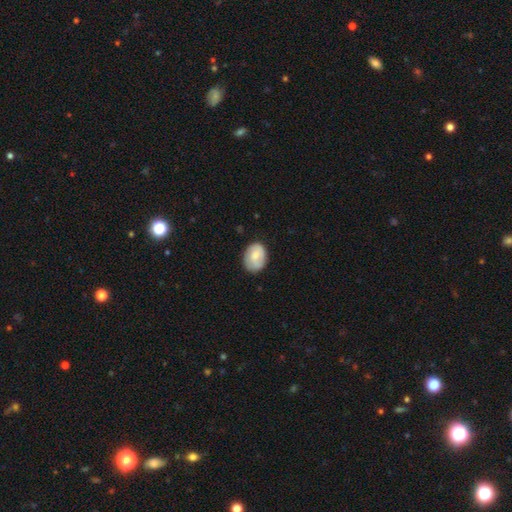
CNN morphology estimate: type=smooth (74%); roundness=in between (68%); merging=none (76%).